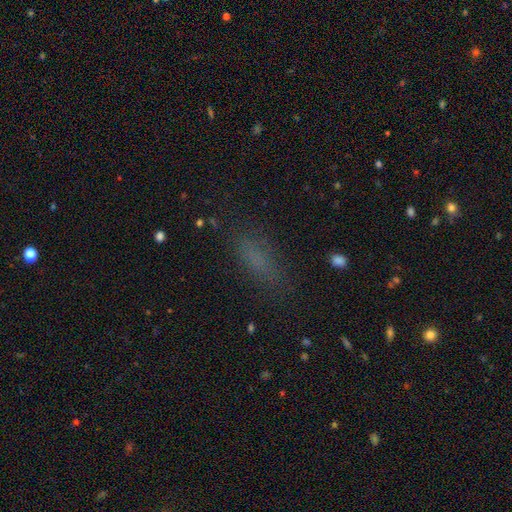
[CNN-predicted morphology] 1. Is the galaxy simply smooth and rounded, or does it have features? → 66% smooth, 22% star or artifact, 12% featured or disk.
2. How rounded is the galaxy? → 55% in between, 40% cigar-shaped, 5% round.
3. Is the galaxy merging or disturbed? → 79% none, 14% minor disturbance, 6% major disturbance, 2% merger.